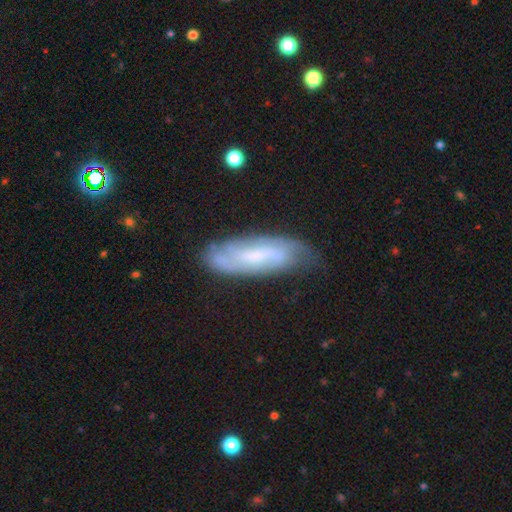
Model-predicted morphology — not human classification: Smooth or featured? featured or disk (63%)
Edge-on disk? no (81%)
Bar? weak (44%)
Spiral arms? yes (86%)
Bulge size? small (54%)
Merging? none (69%)